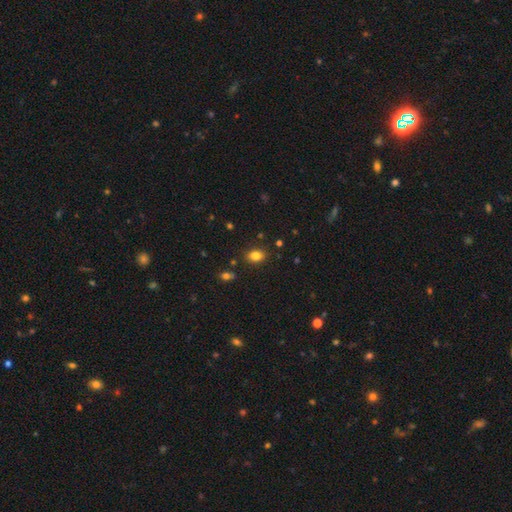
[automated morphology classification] Smooth or featured? smooth (83%)
How rounded? in between (74%)
Merging? none (85%)